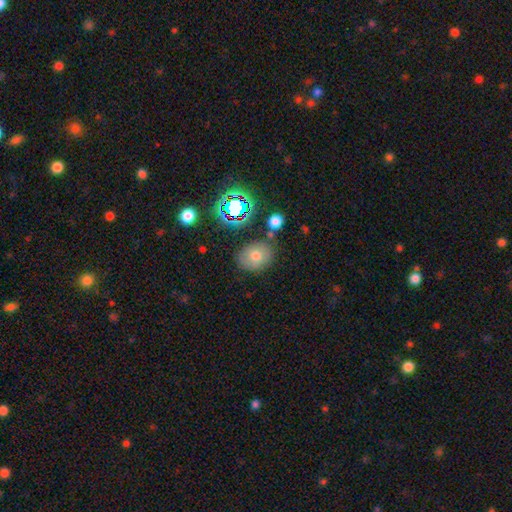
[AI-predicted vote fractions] Smooth or featured: smooth — 70% (featured or disk — 16%)
How rounded: in between — 51% (round — 48%)
Merging: none — 75% (minor disturbance — 14%)